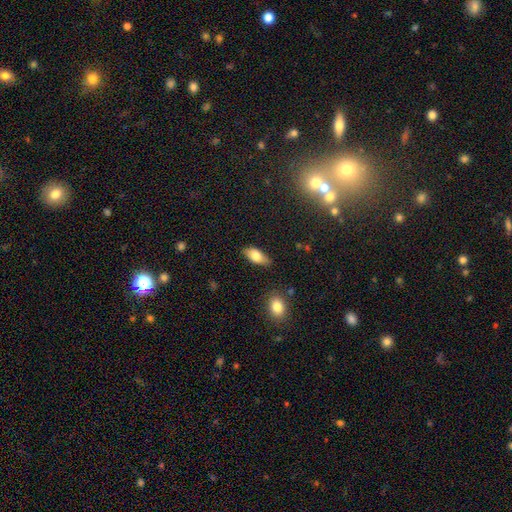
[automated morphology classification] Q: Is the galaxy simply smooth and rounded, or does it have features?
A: smooth — 78%.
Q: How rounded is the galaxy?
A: in between — 87%.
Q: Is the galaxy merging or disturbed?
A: none — 79%.